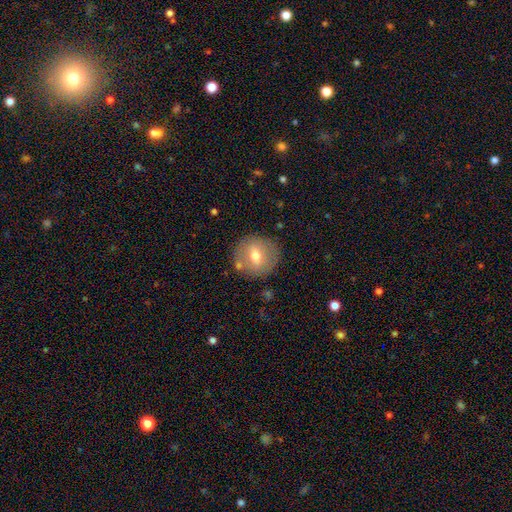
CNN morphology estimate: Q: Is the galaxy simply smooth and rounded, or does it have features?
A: smooth — 61%.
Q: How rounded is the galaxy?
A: round — 89%.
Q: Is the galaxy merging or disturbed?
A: none — 83%.